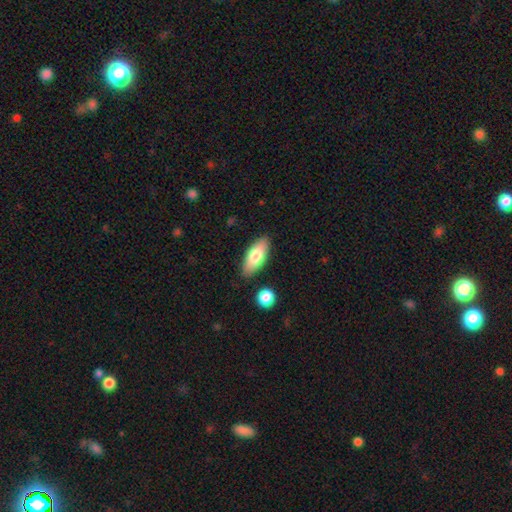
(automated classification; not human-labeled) Morphology: type=smooth (75%); roundness=in between (82%); merging=none (85%).